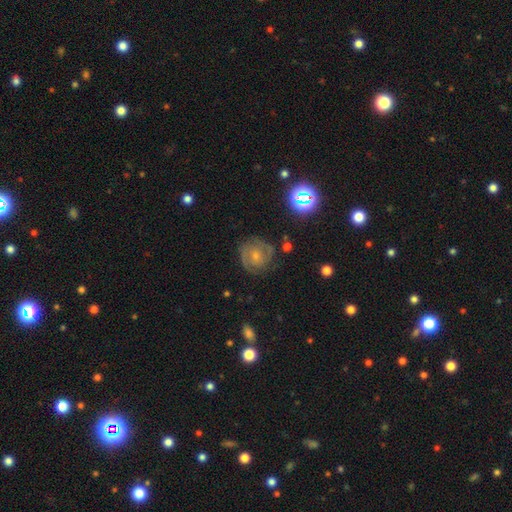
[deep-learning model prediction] Smooth or featured? Predicted: featured or disk (p=0.70). Edge-on disk? Predicted: no (p=0.98). Bar? Predicted: no (p=0.62). Spiral arms? Predicted: yes (p=0.90). Spiral winding? Predicted: tight (p=0.55). Spiral arm count? Predicted: 2 (p=0.60). Bulge size? Predicted: small (p=0.60). Merging? Predicted: none (p=0.74).